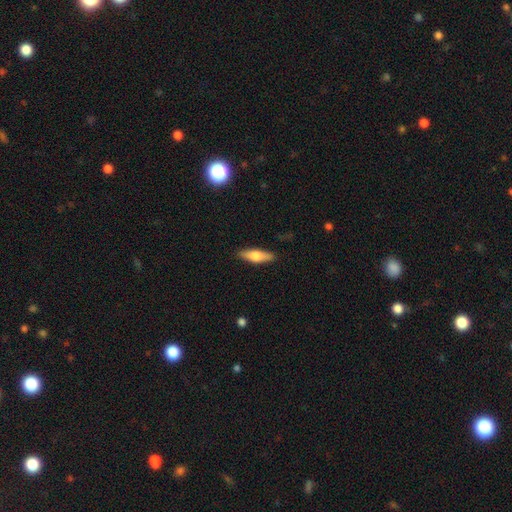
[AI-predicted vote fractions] Morphology: type=smooth (63%); roundness=cigar-shaped (52%); merging=none (88%).